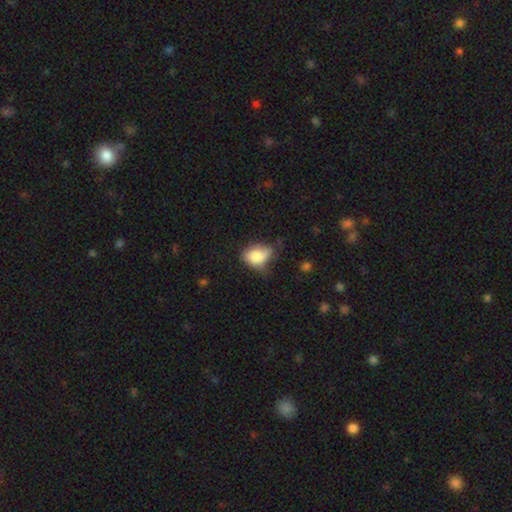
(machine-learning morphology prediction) Overall: smooth (80%). How rounded: in between (77%). Merging: minor disturbance (42%; none 37%).